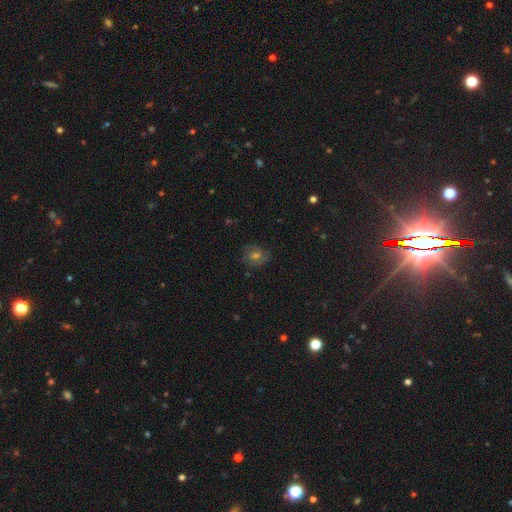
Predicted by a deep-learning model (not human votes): The model was most divided on "smooth or featured": featured or disk: 49%, smooth: 29%, star or artifact: 23%. More confident: merging — none (80%).